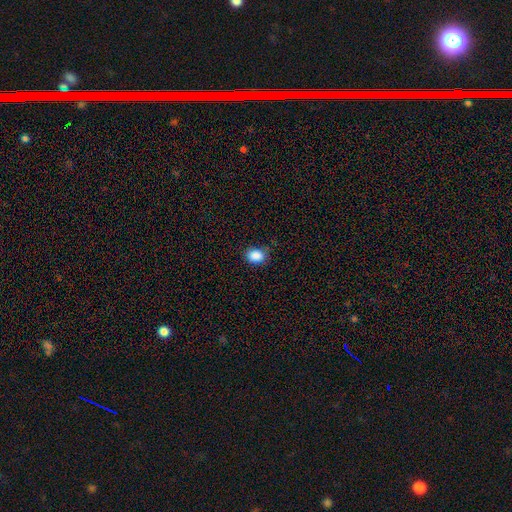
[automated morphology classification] The model was most divided on "how rounded": in between: 61%, round: 38%, cigar-shaped: 1%. More confident: smooth or featured — smooth (88%); merging — none (82%).